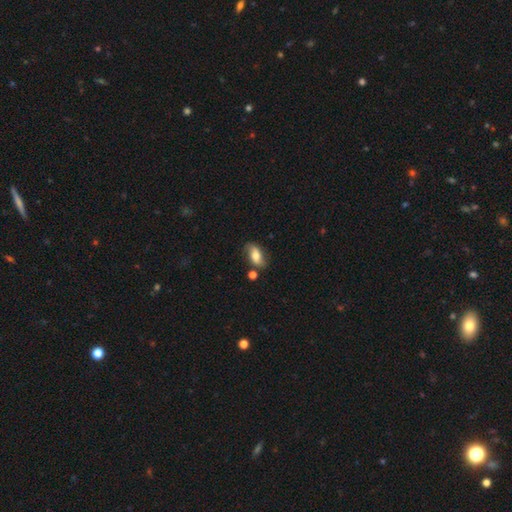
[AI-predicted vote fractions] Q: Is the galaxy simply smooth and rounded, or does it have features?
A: smooth — 66%.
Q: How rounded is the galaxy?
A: in between — 88%.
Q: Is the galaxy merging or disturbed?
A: none — 71%.